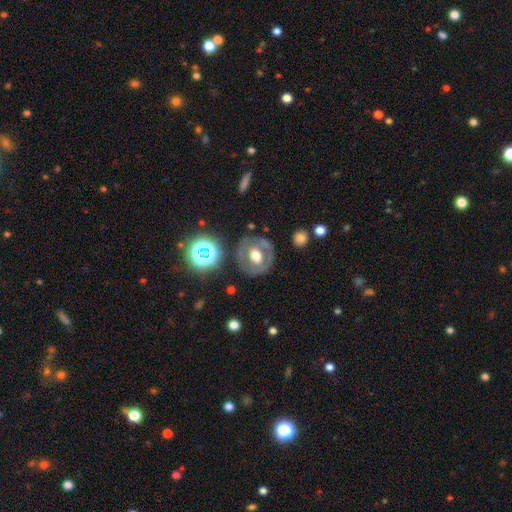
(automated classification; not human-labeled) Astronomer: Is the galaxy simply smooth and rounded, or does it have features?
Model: featured or disk — 49% (runner-up: smooth, 40%).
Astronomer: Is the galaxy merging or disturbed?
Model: none — 77%.